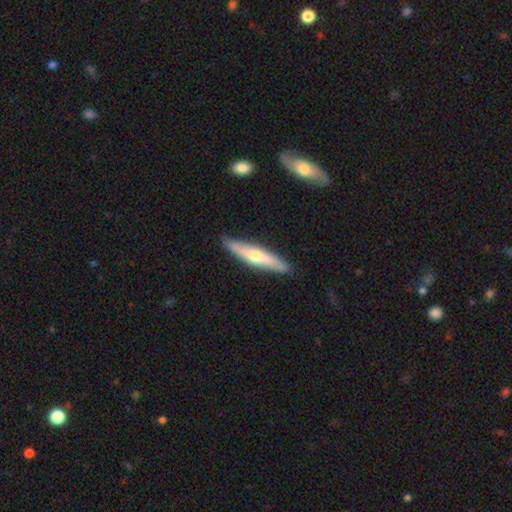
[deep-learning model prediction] Smooth or featured?
  - featured or disk: 51% *
  - smooth: 44%
  - star or artifact: 5%
Edge-on disk?
  - yes: 85% *
  - no: 15%
Merging?
  - none: 85% *
  - minor disturbance: 12%
  - major disturbance: 2%
  - merger: 1%